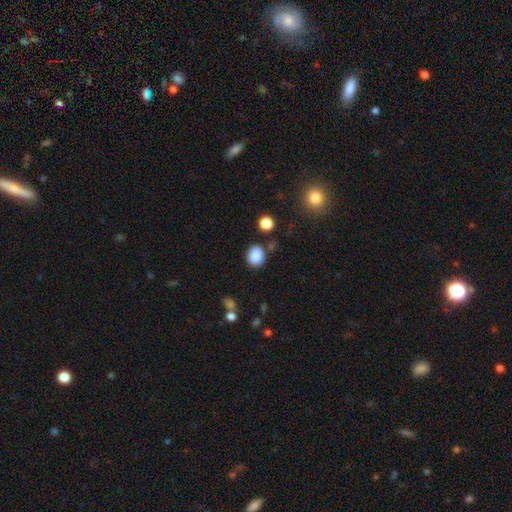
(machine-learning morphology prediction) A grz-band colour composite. It shows a smooth galaxy with no disk features (87%) that is round (58%). Merging: none (77%).